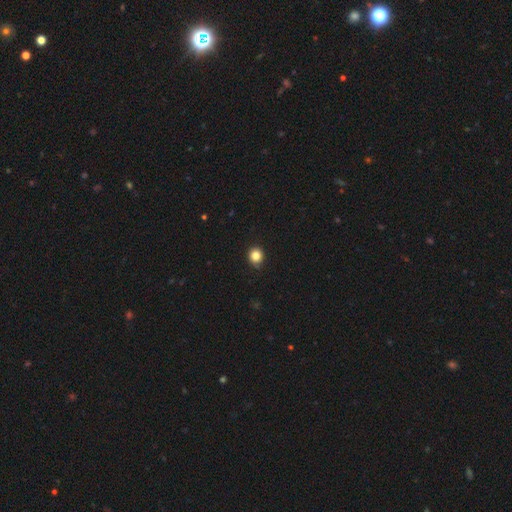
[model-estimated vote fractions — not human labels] Smooth or featured? Predicted: smooth (p=0.84). How rounded? Predicted: round (p=0.88). Merging? Predicted: none (p=0.89).